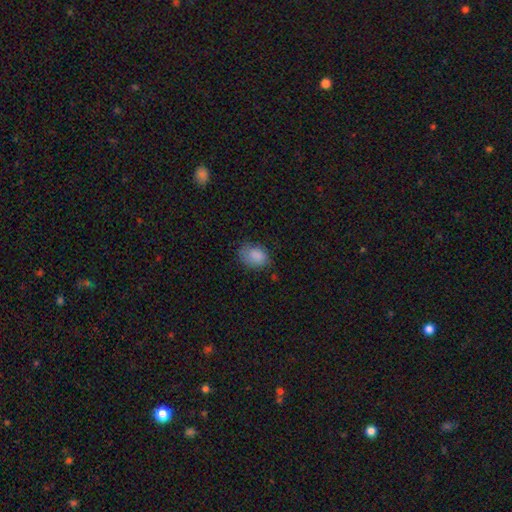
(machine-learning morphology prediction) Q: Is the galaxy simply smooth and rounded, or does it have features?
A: smooth — 86%.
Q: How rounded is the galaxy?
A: in between — 73%.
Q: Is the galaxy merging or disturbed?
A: none — 64%.